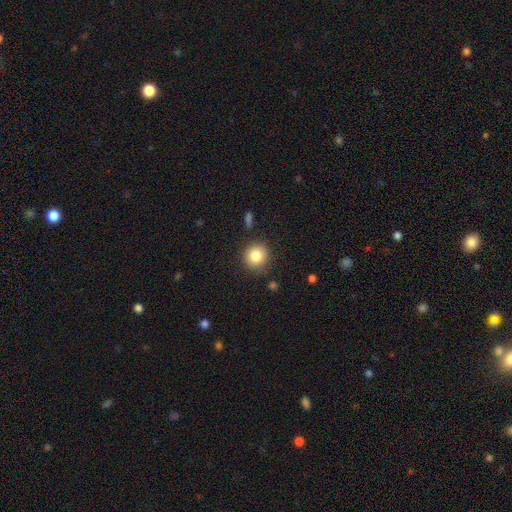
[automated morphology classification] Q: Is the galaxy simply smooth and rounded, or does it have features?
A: smooth — 84%.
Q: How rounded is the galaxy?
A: round — 91%.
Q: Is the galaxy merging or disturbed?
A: none — 86%.